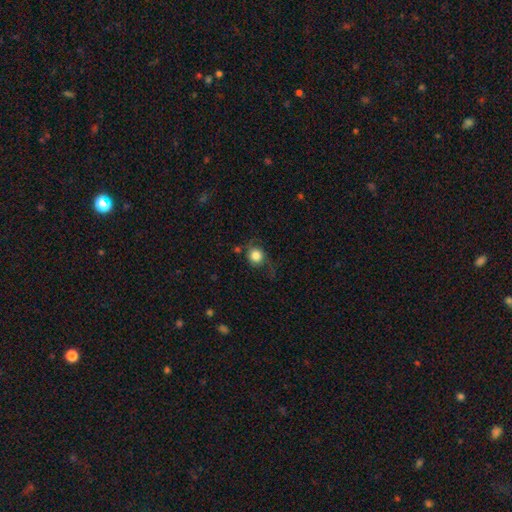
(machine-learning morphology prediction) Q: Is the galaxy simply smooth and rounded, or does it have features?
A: smooth — 74%.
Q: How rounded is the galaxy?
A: round — 86%.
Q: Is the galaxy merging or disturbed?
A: none — 58%.